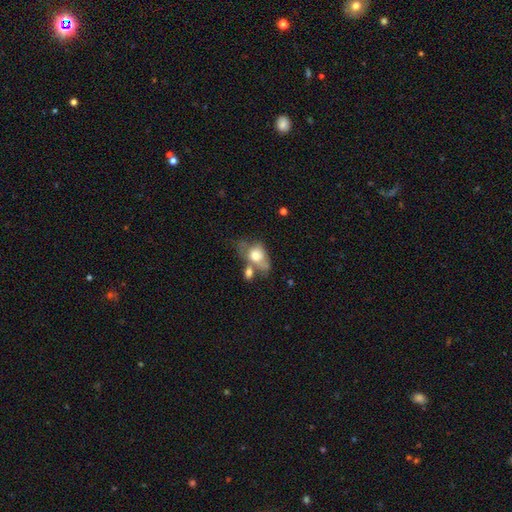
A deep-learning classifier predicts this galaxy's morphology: This appears to be a smooth galaxy with no disk features (64%) that is in between round and cigar-shaped (74%). Merging: merger (43%).